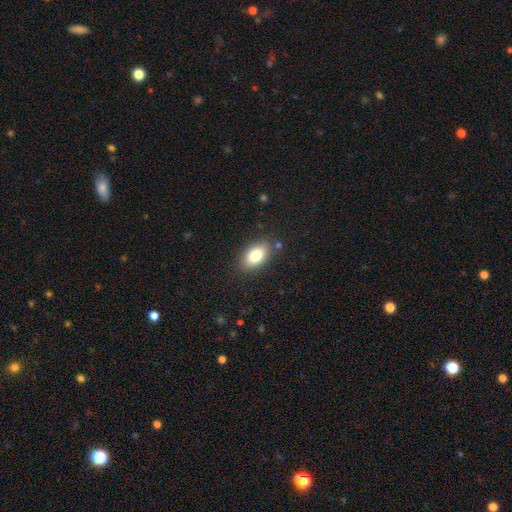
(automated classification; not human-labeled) smooth-or-featured: smooth: 81% | featured or disk: 11% | star or artifact: 8%
  how-rounded: in between: 90% | round: 7% | cigar-shaped: 3%
  merging: none: 84% | minor disturbance: 11% | major disturbance: 3% | merger: 2%